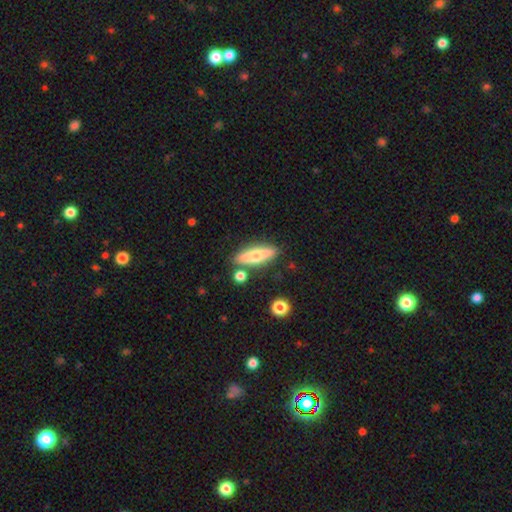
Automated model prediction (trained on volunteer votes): The model was most divided on "smooth or featured": smooth: 51%, featured or disk: 42%, star or artifact: 7%. More confident: merging — none (79%); how rounded — cigar-shaped (58%).